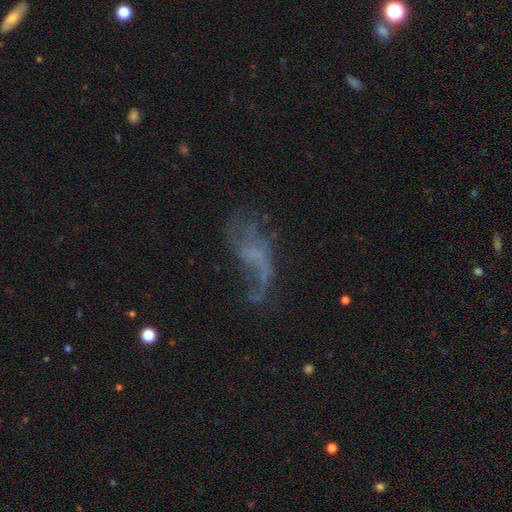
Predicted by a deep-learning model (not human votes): This is likely a featured or disk galaxy (62%). It is clearly not viewed edge-on (95%). Bar: likely no (71%). Spiral arm pattern: possibly yes (60%). Central bulge: likely none (70%). Merging: marginally major disturbance (39%).